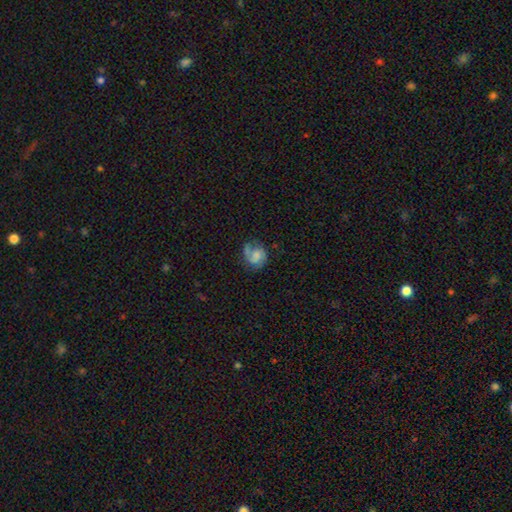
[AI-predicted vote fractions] This is possibly a featured or disk galaxy (53%). It is clearly not viewed edge-on (98%). Bar: likely no (61%). Spiral arm pattern: clearly yes (82%). Central bulge: marginally small (38%). Merging: possibly none (53%).